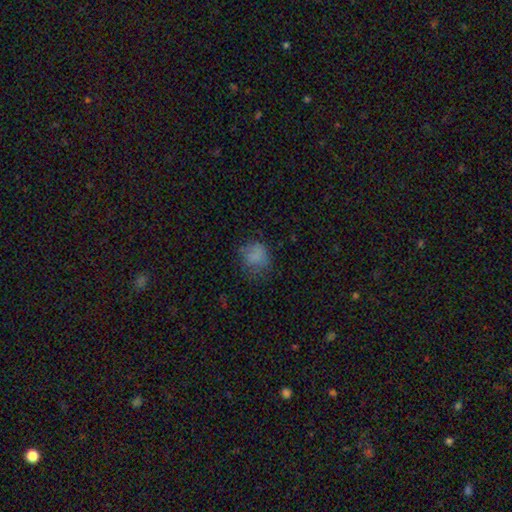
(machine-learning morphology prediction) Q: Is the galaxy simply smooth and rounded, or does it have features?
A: smooth — 74%.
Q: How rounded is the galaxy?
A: round — 72%.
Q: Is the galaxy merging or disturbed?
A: none — 59%.